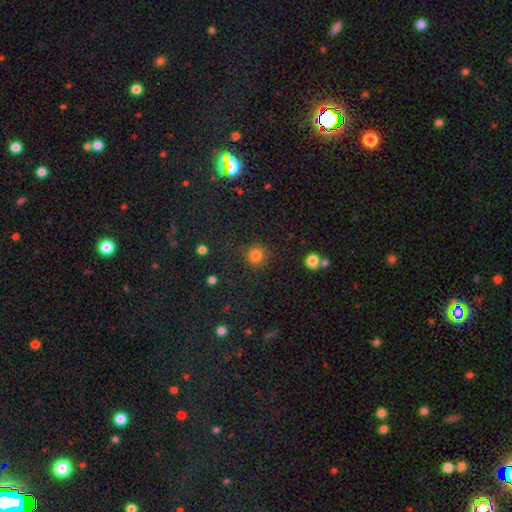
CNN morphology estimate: type=smooth (82%); roundness=round (92%); merging=none (84%).